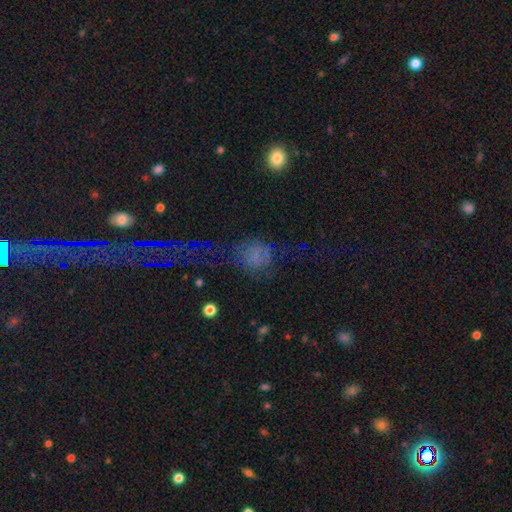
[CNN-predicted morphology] Smooth or featured? smooth (43%)
Merging? none (66%)